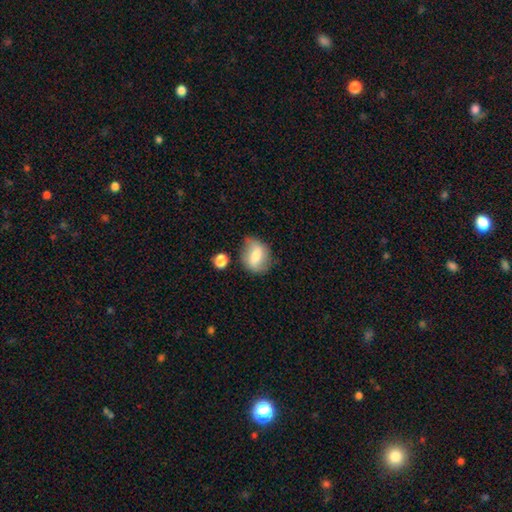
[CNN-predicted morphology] A smooth galaxy with no disk features (63%) that is in between round and cigar-shaped (55%). Merging: none (67%).